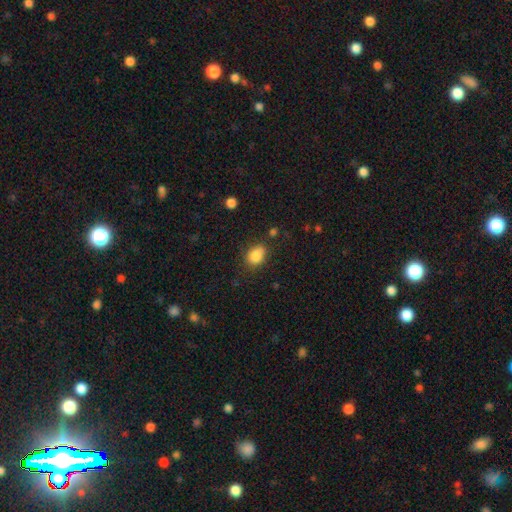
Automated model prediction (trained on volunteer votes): smooth-or-featured: smooth: 85% | star or artifact: 9% | featured or disk: 5%
  how-rounded: in between: 70% | round: 28% | cigar-shaped: 1%
  merging: none: 68% | minor disturbance: 23% | major disturbance: 6% | merger: 4%